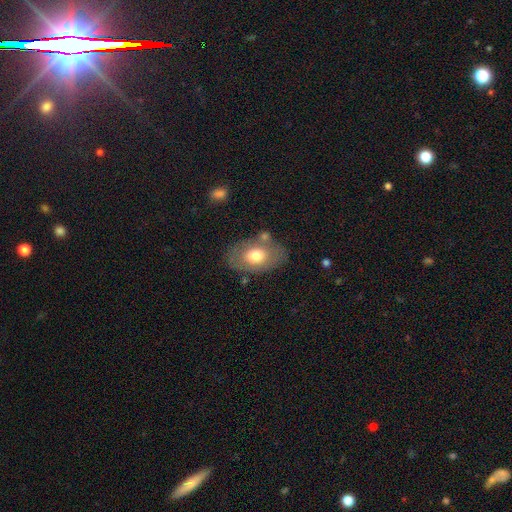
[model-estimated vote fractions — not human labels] Overall: smooth (66%; featured or disk 27%). How rounded: in between (86%). Merging: none (68%).